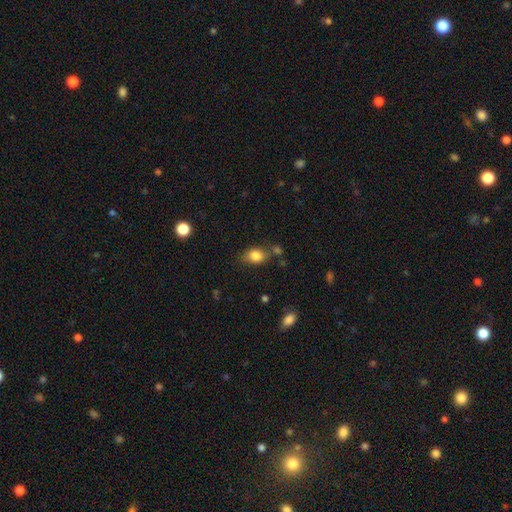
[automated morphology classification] The model was most divided on "how rounded": in between: 65%, round: 34%, cigar-shaped: 2%. More confident: smooth or featured — smooth (84%); merging — none (68%).